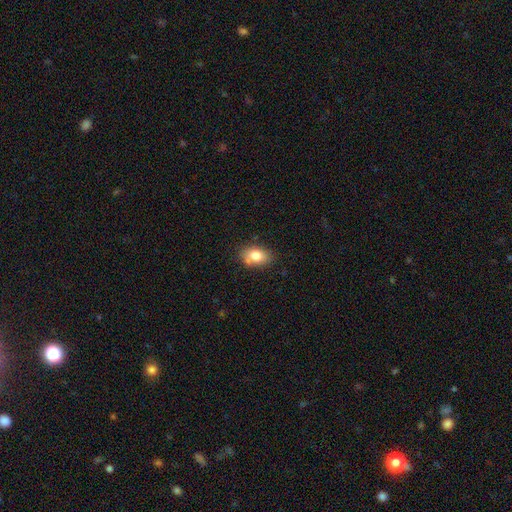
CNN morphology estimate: This is likely a smooth galaxy (80%). How rounded: clearly in between (81%). Merging: likely none (72%).